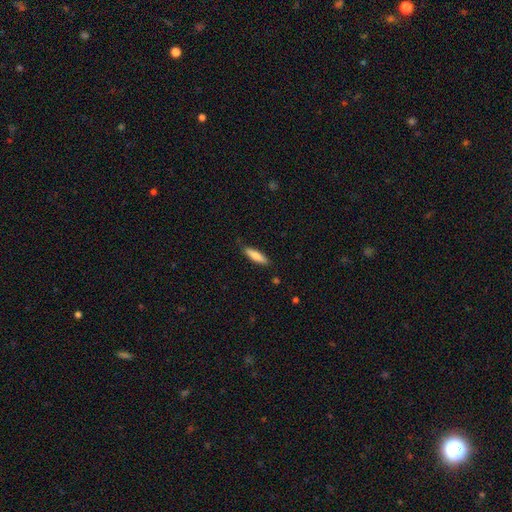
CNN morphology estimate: Smooth or featured? Predicted: smooth (p=0.77). How rounded? Predicted: cigar-shaped (p=0.68). Merging? Predicted: none (p=0.84).